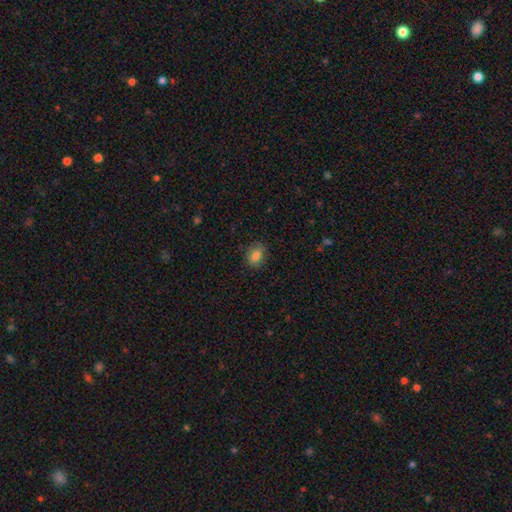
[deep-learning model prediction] Morphology: type=smooth (84%); roundness=in between (57%); merging=none (84%).